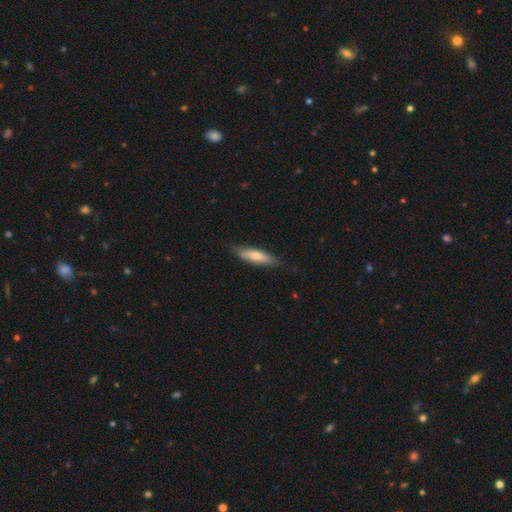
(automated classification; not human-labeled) Q: Smooth or featured?
A: smooth (58%); runner-up: featured or disk (36%)
Q: How rounded?
A: cigar-shaped (69%); runner-up: in between (29%)
Q: Merging?
A: none (79%); runner-up: minor disturbance (17%)